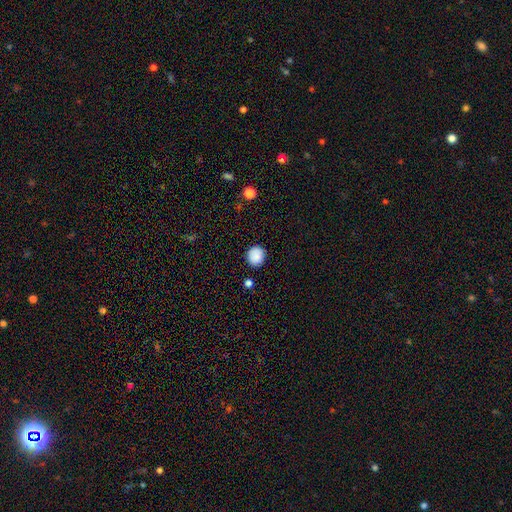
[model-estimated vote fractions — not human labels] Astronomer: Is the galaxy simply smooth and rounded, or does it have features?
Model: smooth — 87%.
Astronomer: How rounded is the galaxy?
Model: round — 84%.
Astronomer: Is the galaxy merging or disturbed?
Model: none — 87%.